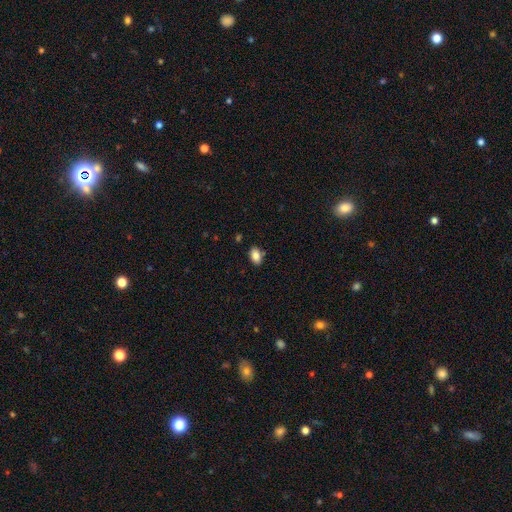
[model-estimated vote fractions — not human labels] smooth_or_featured: smooth (p=0.86) [alt: star or artifact p=0.08]
how_rounded: in between (p=0.87) [alt: round p=0.11]
merging: none (p=0.82) [alt: minor disturbance p=0.12]